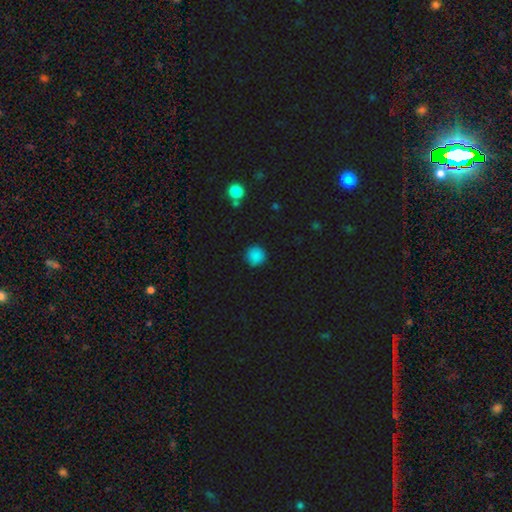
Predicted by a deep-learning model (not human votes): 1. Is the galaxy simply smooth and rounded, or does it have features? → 86% smooth, 11% star or artifact, 3% featured or disk.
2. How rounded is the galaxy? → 94% round, 5% in between, 1% cigar-shaped.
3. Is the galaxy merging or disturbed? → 89% none, 8% minor disturbance, 2% major disturbance, 1% merger.